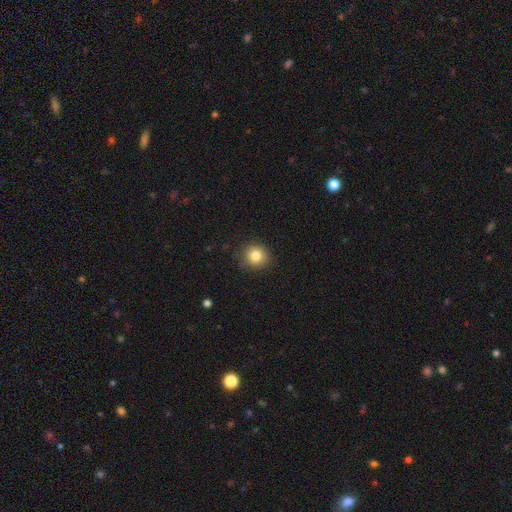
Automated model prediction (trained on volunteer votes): This appears to be a smooth galaxy with no disk features (82%) that is round (91%). Merging: none (88%).